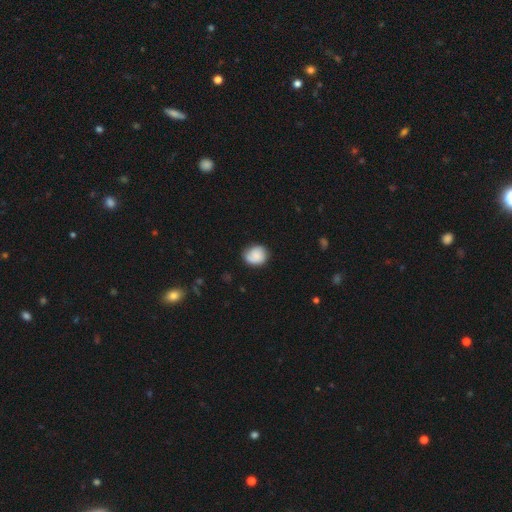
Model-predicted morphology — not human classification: The model was most divided on "how rounded": round: 68%, in between: 31%, cigar-shaped: 1%. More confident: smooth or featured — smooth (80%); merging — none (69%).